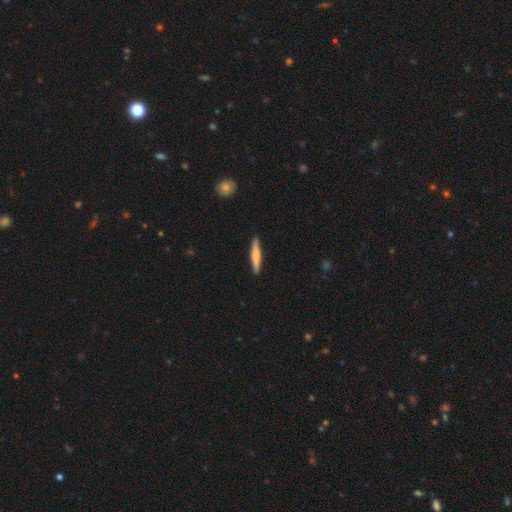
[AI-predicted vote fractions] smooth_or_featured: smooth (p=0.69) [alt: featured or disk p=0.26]
how_rounded: cigar-shaped (p=0.92) [alt: in between p=0.06]
merging: none (p=0.89) [alt: minor disturbance p=0.08]